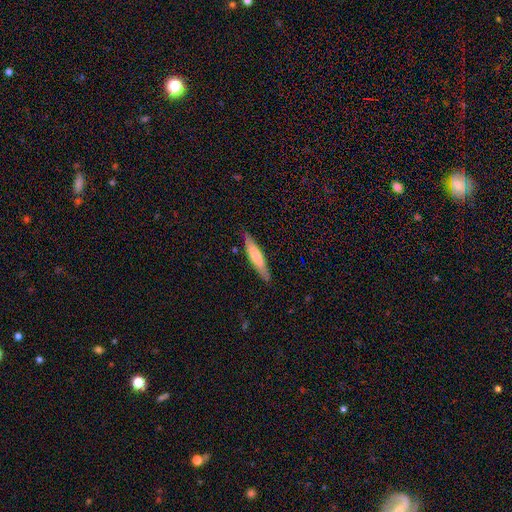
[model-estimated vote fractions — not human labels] Morphology: type=smooth (68%); roundness=cigar-shaped (86%); merging=none (85%).